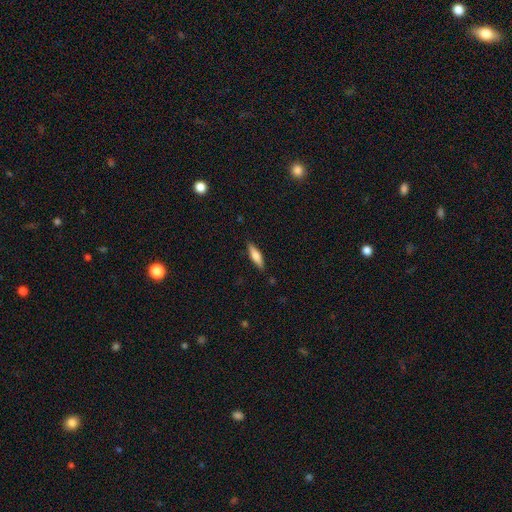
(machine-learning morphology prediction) Overall: smooth (65%; featured or disk 29%). How rounded: cigar-shaped (61%; in between 37%). Merging: none (87%).